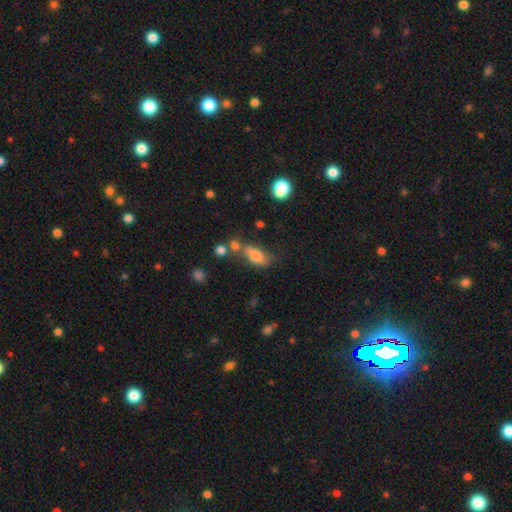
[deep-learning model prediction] The model was most divided on "merging": none: 47%, merger: 22%, minor disturbance: 21%, major disturbance: 10%. More confident: how rounded — in between (80%); smooth or featured — smooth (76%).